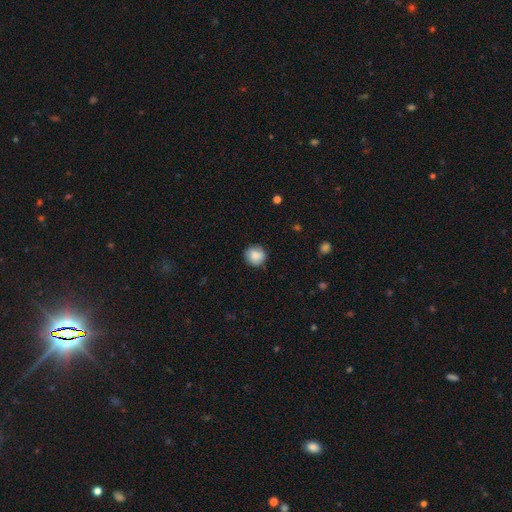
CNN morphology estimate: type=smooth (85%); roundness=round (88%); merging=none (83%).